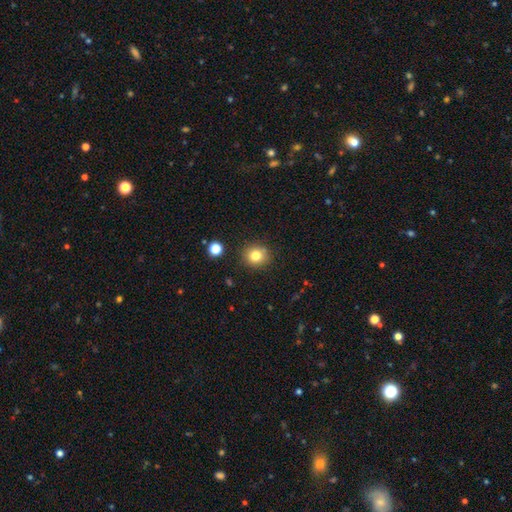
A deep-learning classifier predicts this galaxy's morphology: This is likely a smooth galaxy (80%). How rounded: clearly round (87%). Merging: clearly none (87%).